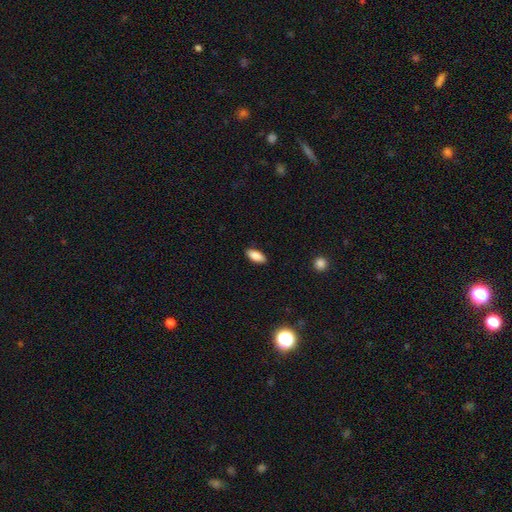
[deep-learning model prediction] Smooth or featured? smooth (86%)
How rounded? in between (86%)
Merging? none (88%)